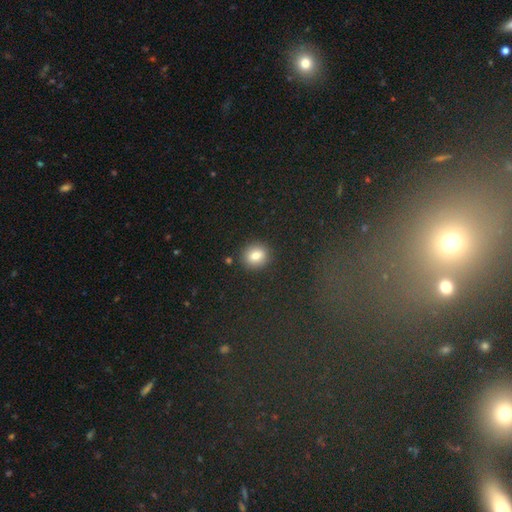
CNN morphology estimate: smooth-or-featured: smooth: 80% | star or artifact: 12% | featured or disk: 9%
  how-rounded: round: 81% | in between: 17% | cigar-shaped: 1%
  merging: none: 88% | minor disturbance: 7% | major disturbance: 2% | merger: 2%